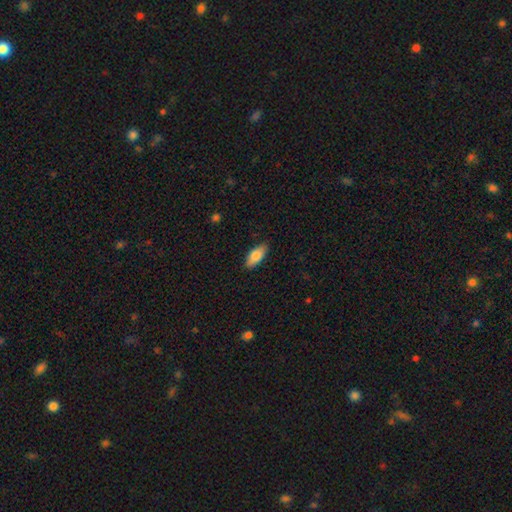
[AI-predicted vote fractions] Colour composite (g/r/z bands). It shows a smooth galaxy with no disk features (81%) that is in between round and cigar-shaped (84%). Merging: none (87%).